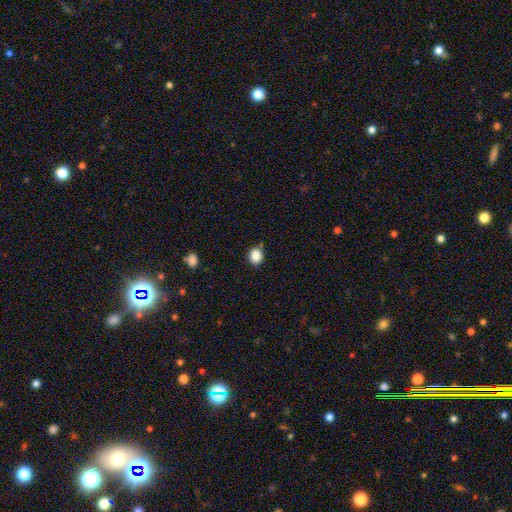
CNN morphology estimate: type=smooth (87%); roundness=round (60%); merging=none (80%).